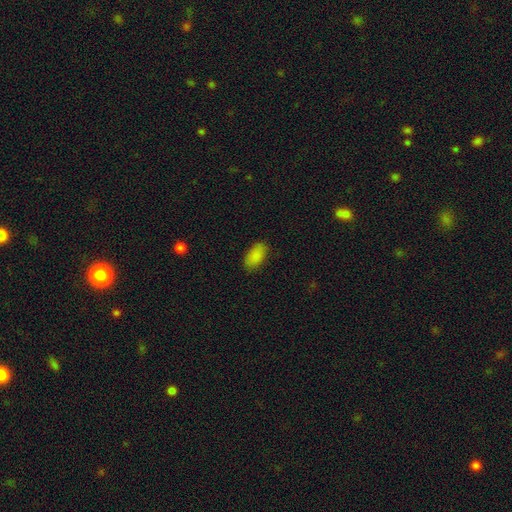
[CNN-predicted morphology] smooth-or-featured: smooth: 87% | star or artifact: 9% | featured or disk: 5%
  how-rounded: in between: 93% | round: 4% | cigar-shaped: 3%
  merging: none: 84% | minor disturbance: 12% | major disturbance: 3% | merger: 1%